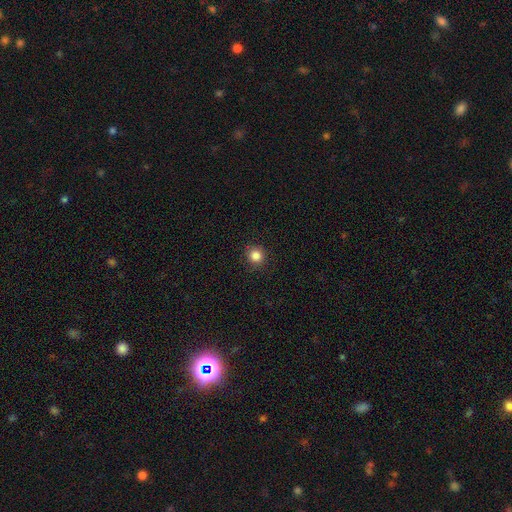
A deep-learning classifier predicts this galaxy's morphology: type=smooth (85%); roundness=round (93%); merging=none (91%).